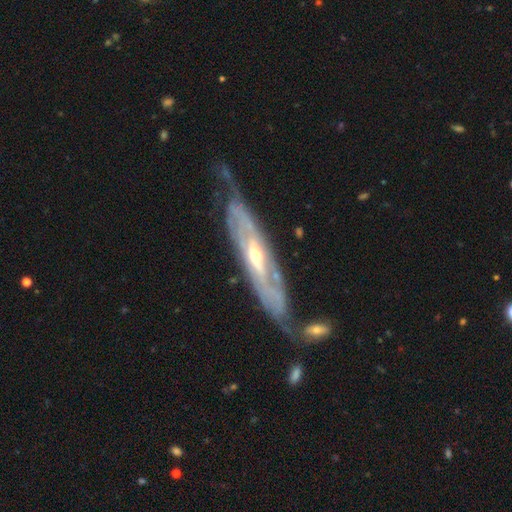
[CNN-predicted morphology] smooth-or-featured: featured or disk: 83% | smooth: 12% | star or artifact: 5%
  disk-edge-on: no: 67% | yes: 33%
    bar: no: 54% | weak: 30% | strong: 16%
    has-spiral-arms: yes: 80% | no: 20%
    bulge-size: small: 48% | moderate: 47% | large: 2% | none: 1% | dominant: 1%
  merging: none: 56% | minor disturbance: 24% | major disturbance: 15% | merger: 6%